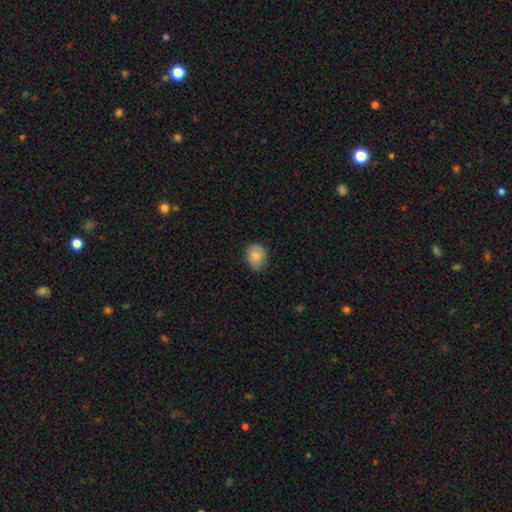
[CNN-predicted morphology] This is likely a smooth galaxy (80%). How rounded: possibly round (52%). Merging: likely none (73%).